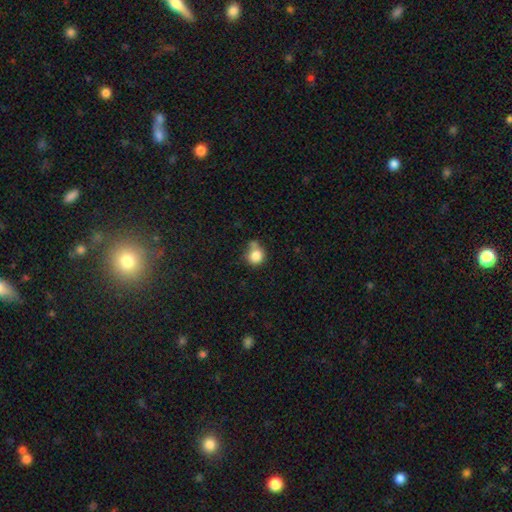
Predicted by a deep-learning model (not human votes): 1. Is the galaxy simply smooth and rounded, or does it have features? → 83% smooth, 10% star or artifact, 7% featured or disk.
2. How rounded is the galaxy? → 84% round, 15% in between, 1% cigar-shaped.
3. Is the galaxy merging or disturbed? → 49% none, 23% merger, 20% minor disturbance, 8% major disturbance.